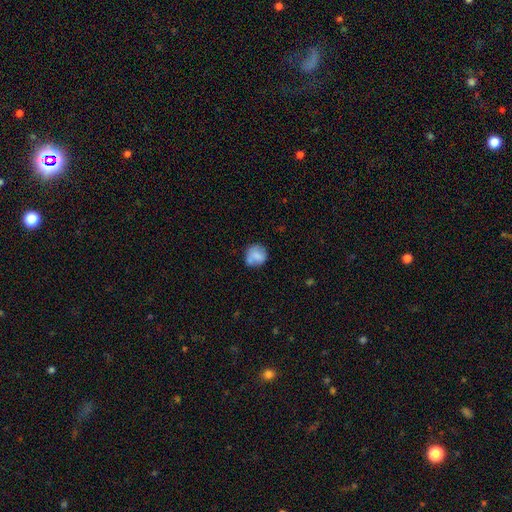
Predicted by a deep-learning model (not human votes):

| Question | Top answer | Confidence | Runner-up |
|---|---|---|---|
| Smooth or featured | smooth | 77% | featured or disk (15%) |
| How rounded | round | 80% | in between (19%) |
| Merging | none | 56% | minor disturbance (26%) |